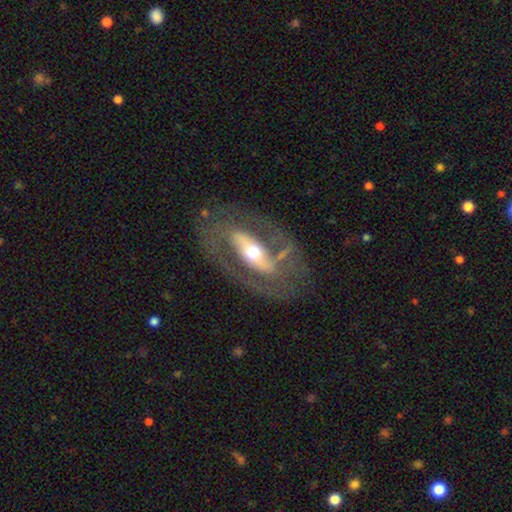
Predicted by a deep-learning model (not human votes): Smooth or featured?
  - featured or disk: 84% *
  - smooth: 11%
  - star or artifact: 5%
Edge-on disk?
  - no: 91% *
  - yes: 9%
Bar?
  - strong: 53% *
  - no: 25%
  - weak: 22%
Spiral arms?
  - yes: 80% *
  - no: 20%
Spiral winding?
  - medium: 47% *
  - tight: 34%
  - loose: 19%
Spiral arm count?
  - 2: 85% *
  - can't tell: 7%
  - 1: 4%
  - 3: 2%
  - 4: 1%
  - more than 4: 1%
Bulge size?
  - moderate: 64% *
  - small: 25%
  - large: 9%
  - dominant: 1%
  - none: 1%
Merging?
  - none: 73% *
  - minor disturbance: 14%
  - major disturbance: 10%
  - merger: 2%